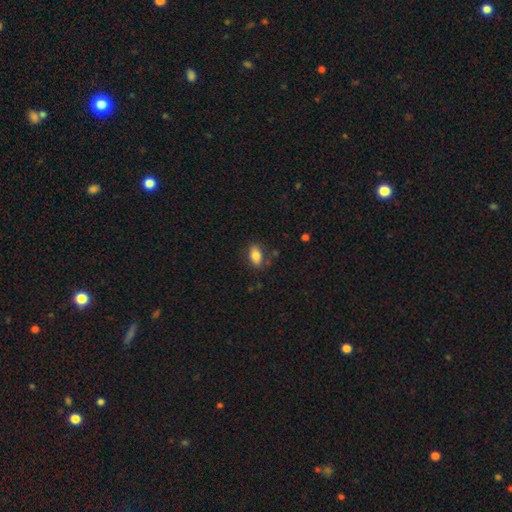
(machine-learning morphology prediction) Smooth or featured: smooth — 81% (featured or disk — 11%)
How rounded: in between — 89% (round — 8%)
Merging: none — 79% (minor disturbance — 15%)